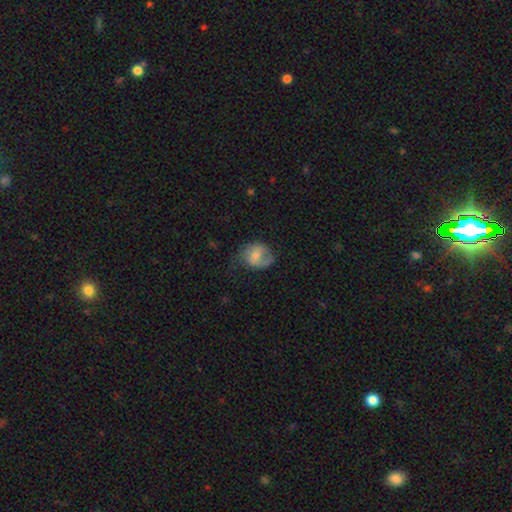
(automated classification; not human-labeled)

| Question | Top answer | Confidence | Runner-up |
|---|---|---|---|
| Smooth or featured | featured or disk | 48% | smooth (45%) |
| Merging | none | 47% | minor disturbance (29%) |